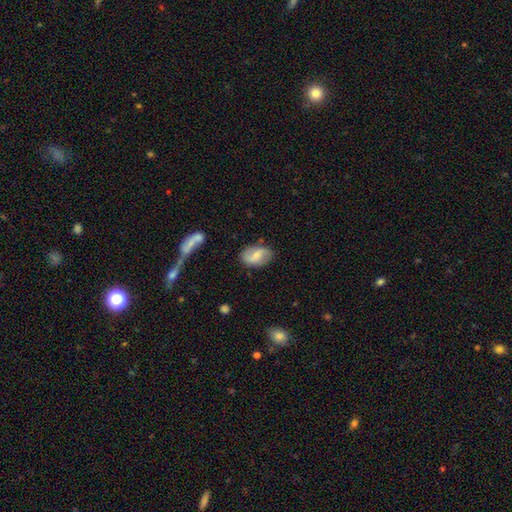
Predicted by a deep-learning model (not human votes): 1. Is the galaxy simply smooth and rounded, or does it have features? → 48% featured or disk, 45% smooth, 7% star or artifact.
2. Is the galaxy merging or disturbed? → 78% none, 16% minor disturbance, 4% major disturbance, 3% merger.